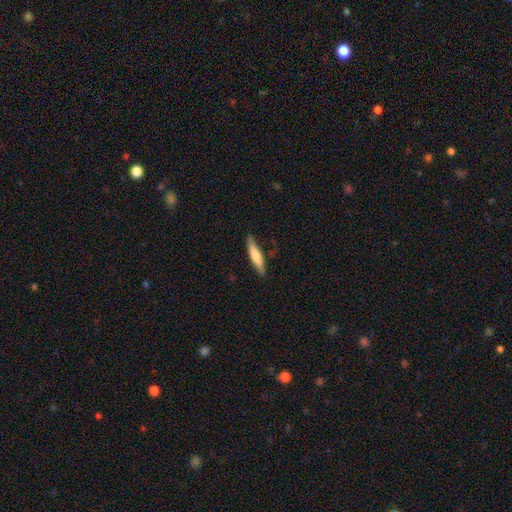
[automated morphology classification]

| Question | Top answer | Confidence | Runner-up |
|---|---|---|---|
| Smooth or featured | smooth | 67% | featured or disk (27%) |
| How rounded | cigar-shaped | 83% | in between (15%) |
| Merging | none | 81% | minor disturbance (15%) |